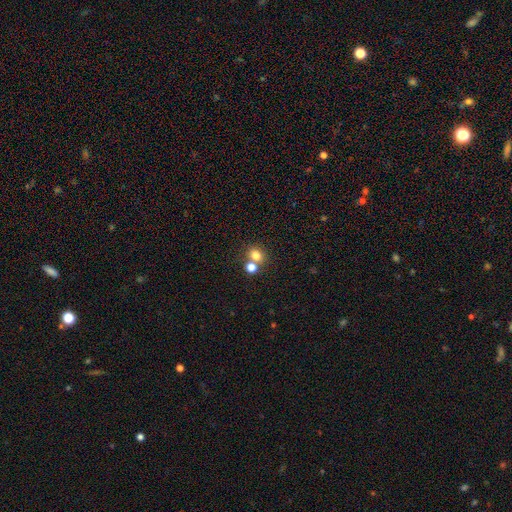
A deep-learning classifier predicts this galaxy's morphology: A smooth galaxy with no disk features (76%) that is round (70%).

Vote fractions:
- Smooth or featured? smooth: 76% / star or artifact: 15% / featured or disk: 9%
- How rounded? round: 70% / in between: 29% / cigar-shaped: 1%
- Merging? none: 56% / merger: 33% / minor disturbance: 8% / major disturbance: 3%